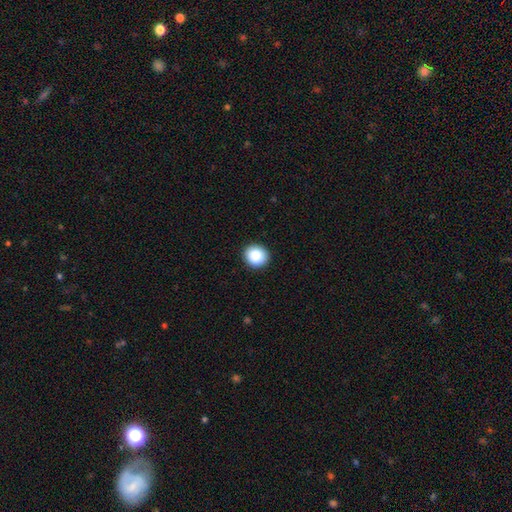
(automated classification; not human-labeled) smooth-or-featured: smooth: 89% | star or artifact: 8% | featured or disk: 3%
  how-rounded: round: 85% | in between: 14% | cigar-shaped: 1%
  merging: none: 92% | minor disturbance: 5% | major disturbance: 2% | merger: 1%